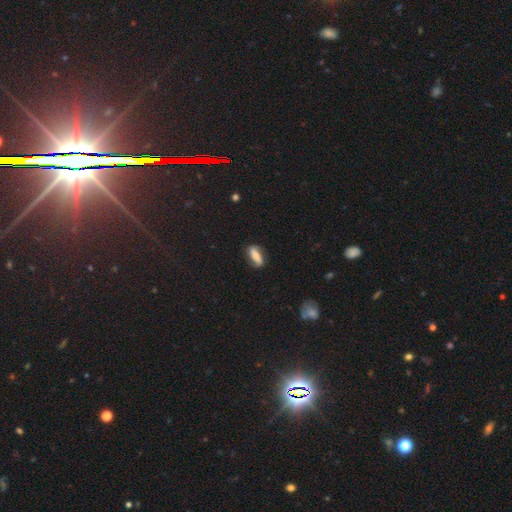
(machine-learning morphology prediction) This appears to be a smooth galaxy with no disk features (49%). Merging: none (74%).